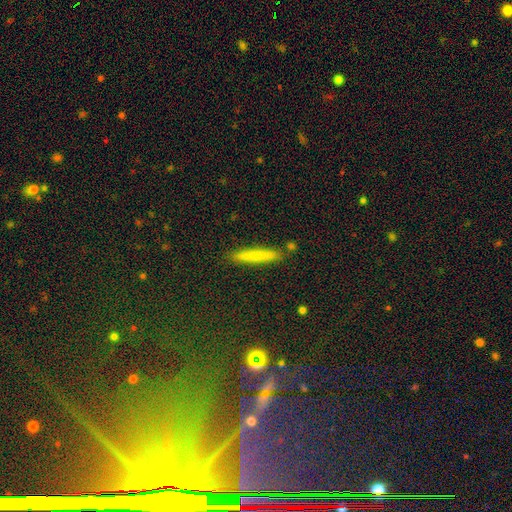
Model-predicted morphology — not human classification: This is likely a smooth galaxy (70%). How rounded: clearly cigar-shaped (95%). Merging: clearly none (88%).